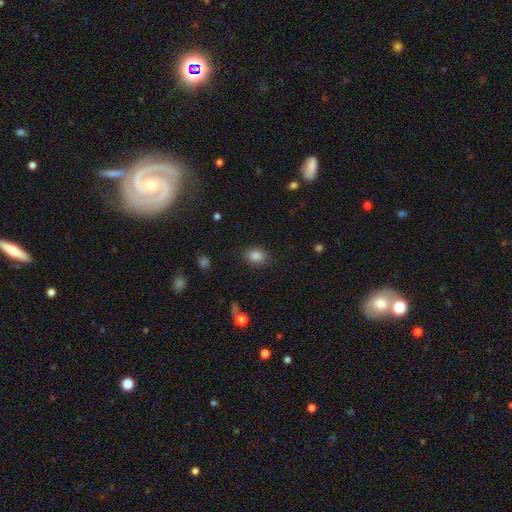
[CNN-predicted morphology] Smooth or featured? Predicted: smooth (p=0.85). How rounded? Predicted: in between (p=0.73). Merging? Predicted: none (p=0.85).